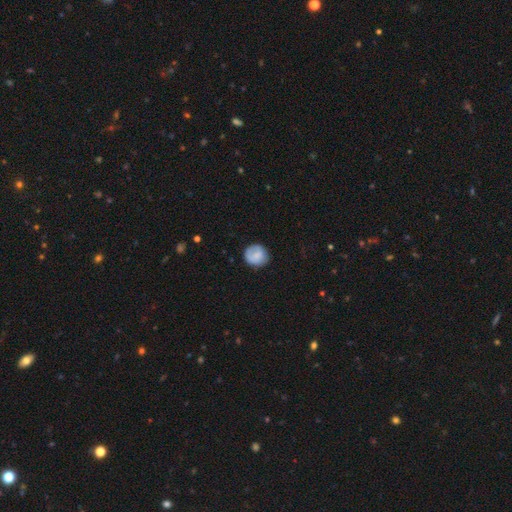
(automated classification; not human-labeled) Smooth or featured: smooth — 79% (featured or disk — 14%)
How rounded: round — 88% (in between — 11%)
Merging: none — 79% (minor disturbance — 16%)